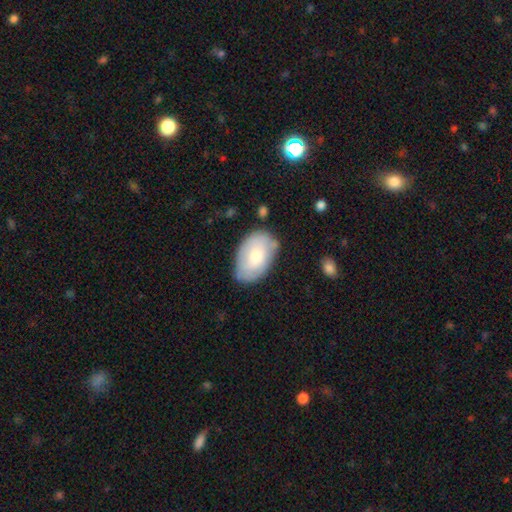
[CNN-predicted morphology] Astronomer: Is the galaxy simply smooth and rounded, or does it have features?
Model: smooth — 70%.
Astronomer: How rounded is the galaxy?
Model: in between — 91%.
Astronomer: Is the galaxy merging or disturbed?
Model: none — 70%.